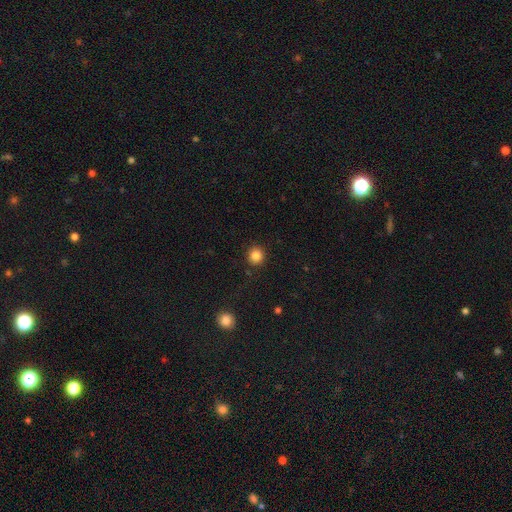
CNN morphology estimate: The model was most divided on "smooth or featured": smooth: 85%, star or artifact: 11%, featured or disk: 4%. More confident: how rounded — round (93%); merging — none (90%).